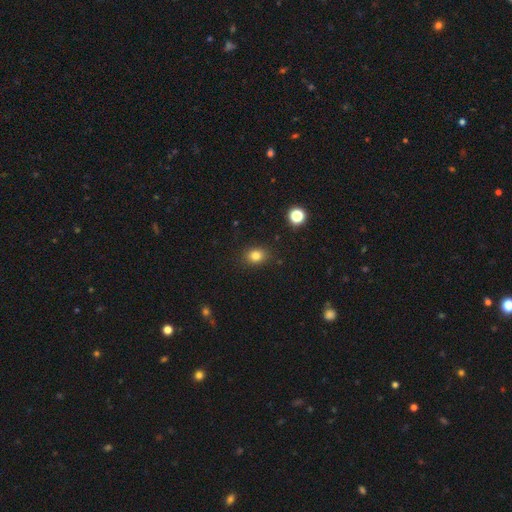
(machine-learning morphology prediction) A smooth galaxy with no disk features (82%) that is round (52%).

Vote fractions:
- Smooth or featured? smooth: 82% / star or artifact: 12% / featured or disk: 6%
- How rounded? round: 52% / in between: 47% / cigar-shaped: 1%
- Merging? none: 87% / minor disturbance: 9% / major disturbance: 3% / merger: 2%